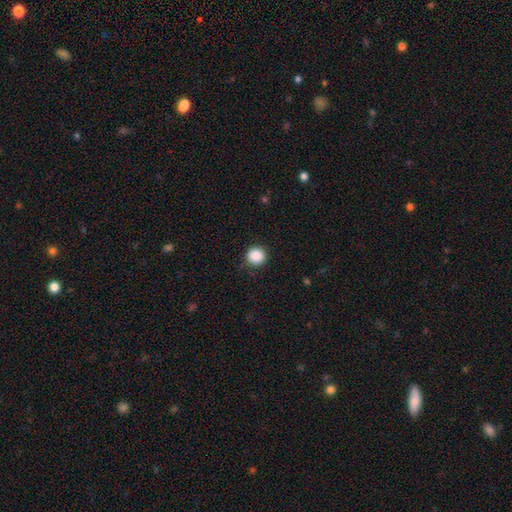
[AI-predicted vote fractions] smooth_or_featured: smooth (p=0.88) [alt: star or artifact p=0.09]
how_rounded: round (p=0.93) [alt: in between p=0.06]
merging: none (p=0.89) [alt: minor disturbance p=0.08]